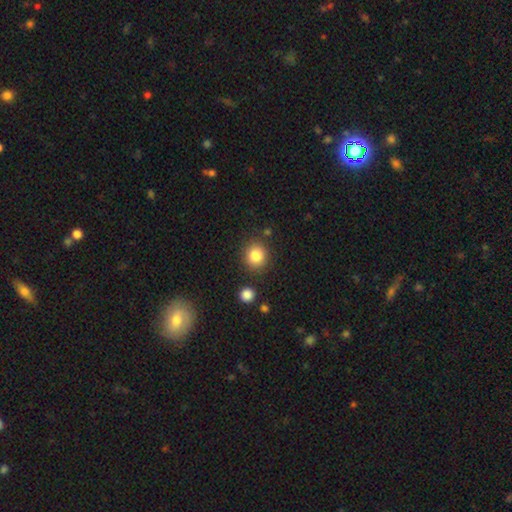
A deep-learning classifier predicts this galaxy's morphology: Overall: smooth (84%). How rounded: round (82%). Merging: none (84%).